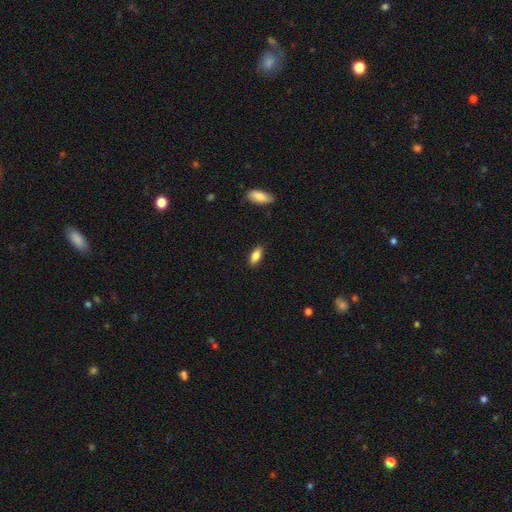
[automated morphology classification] Overall: smooth (83%). How rounded: in between (83%). Merging: none (85%).